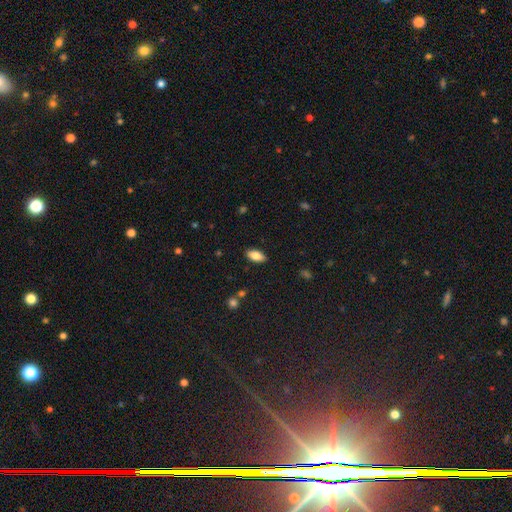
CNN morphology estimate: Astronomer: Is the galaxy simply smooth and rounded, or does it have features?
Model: smooth — 80%.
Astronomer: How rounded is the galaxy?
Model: in between — 89%.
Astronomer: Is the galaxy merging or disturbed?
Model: none — 88%.